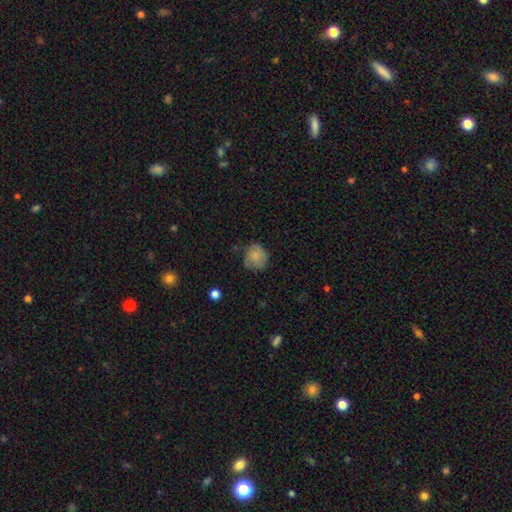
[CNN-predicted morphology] smooth 76%, featured or disk 16%, star or artifact 8%. Down the decision tree: how rounded — round (83%); merging — none (64%).